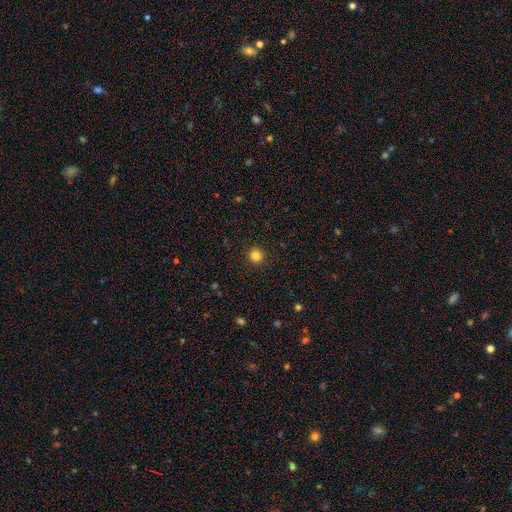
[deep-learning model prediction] Smooth or featured?
  - smooth: 83% *
  - star or artifact: 13%
  - featured or disk: 4%
How rounded?
  - round: 96% *
  - in between: 4%
  - cigar-shaped: 1%
Merging?
  - none: 93% *
  - minor disturbance: 4%
  - major disturbance: 2%
  - merger: 1%